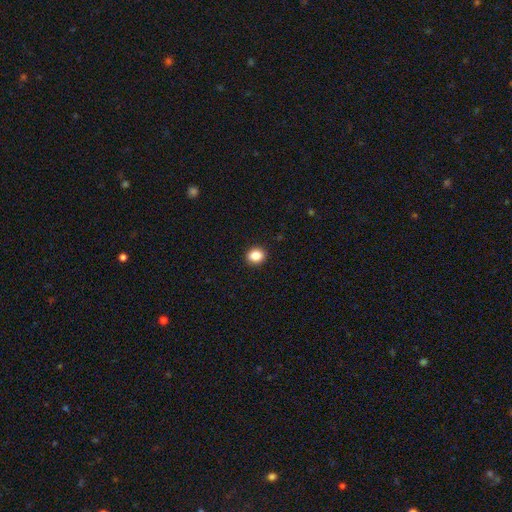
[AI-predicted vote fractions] This is clearly a smooth galaxy (86%). How rounded: likely round (68%). Merging: clearly none (92%).